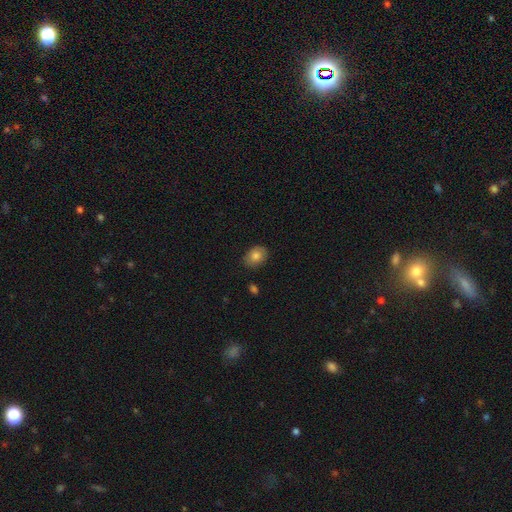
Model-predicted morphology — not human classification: Smooth or featured? smooth (82%)
How rounded? in between (68%)
Merging? none (83%)